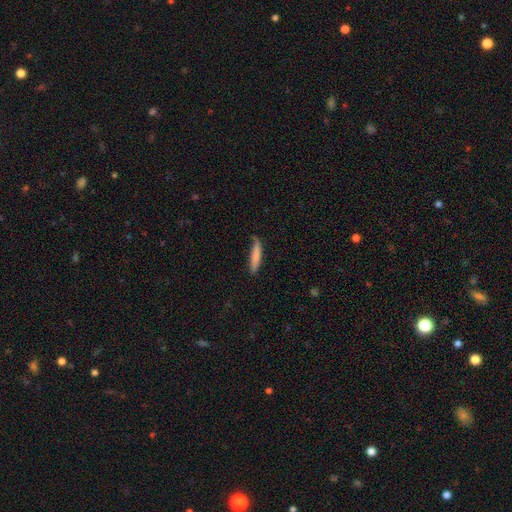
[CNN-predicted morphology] smooth-or-featured: smooth: 75% | featured or disk: 19% | star or artifact: 6%
  how-rounded: cigar-shaped: 88% | in between: 10% | round: 1%
  merging: none: 64% | minor disturbance: 27% | major disturbance: 7% | merger: 2%